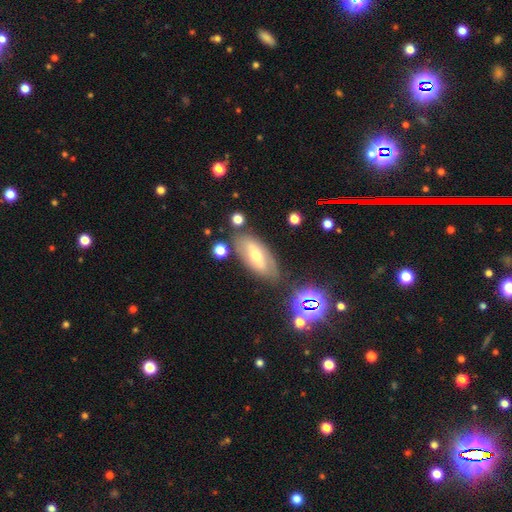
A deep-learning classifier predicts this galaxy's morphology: Smooth or featured?
  - featured or disk: 49% *
  - smooth: 38%
  - star or artifact: 13%
Merging?
  - none: 76% *
  - minor disturbance: 15%
  - major disturbance: 5%
  - merger: 4%